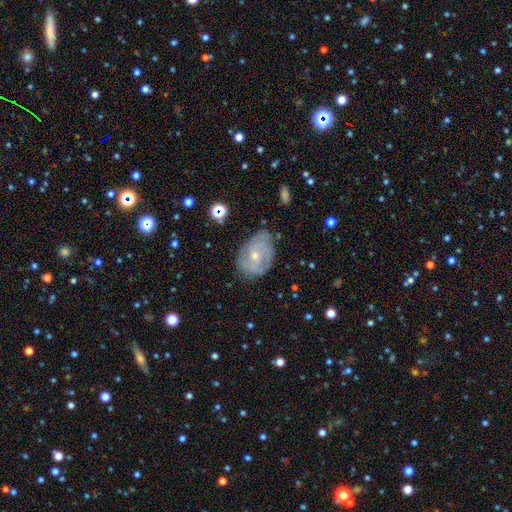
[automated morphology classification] Smooth or featured: featured or disk — 70% (smooth — 22%)
Edge-on disk: no — 96% (yes — 4%)
Bar: no — 63% (weak — 31%)
Spiral arms: yes — 84% (no — 16%)
Spiral winding: tight — 51% (medium — 36%)
Spiral arm count: can't tell — 37% (2 — 34%)
Bulge size: small — 53% (moderate — 44%)
Merging: none — 62% (minor disturbance — 27%)